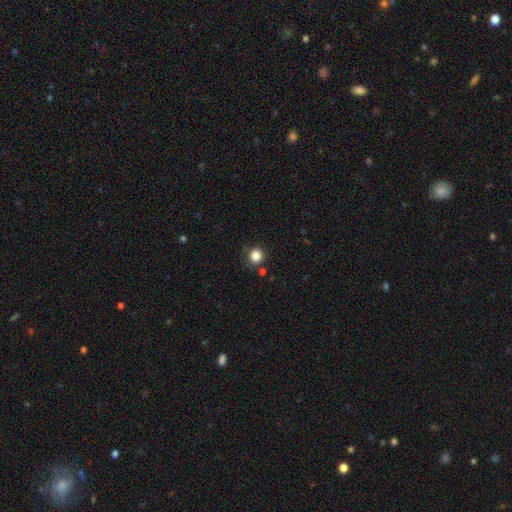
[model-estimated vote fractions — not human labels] A smooth galaxy with no disk features (84%) that is round (84%).

Vote fractions:
- Smooth or featured? smooth: 84% / star or artifact: 11% / featured or disk: 4%
- How rounded? round: 84% / in between: 15% / cigar-shaped: 1%
- Merging? none: 82% / minor disturbance: 11% / merger: 4% / major disturbance: 3%